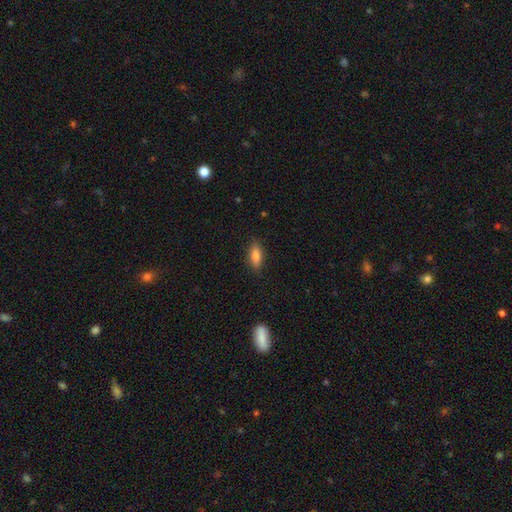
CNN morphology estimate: smooth_or_featured: smooth (p=0.80) [alt: featured or disk p=0.12]
how_rounded: in between (p=0.76) [alt: cigar-shaped p=0.21]
merging: none (p=0.84) [alt: minor disturbance p=0.12]